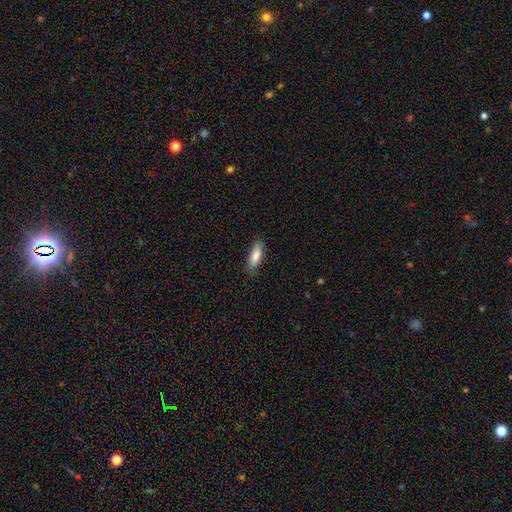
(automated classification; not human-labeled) Smooth or featured? smooth (83%)
How rounded? in between (54%)
Merging? none (83%)